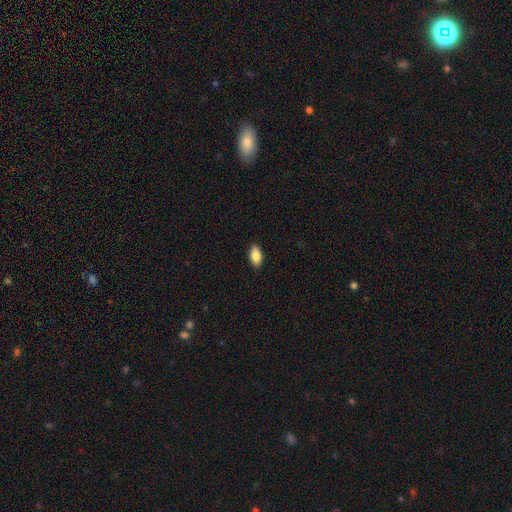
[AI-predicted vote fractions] Smooth or featured: smooth — 85% (featured or disk — 8%)
How rounded: in between — 91% (cigar-shaped — 5%)
Merging: none — 89% (minor disturbance — 8%)